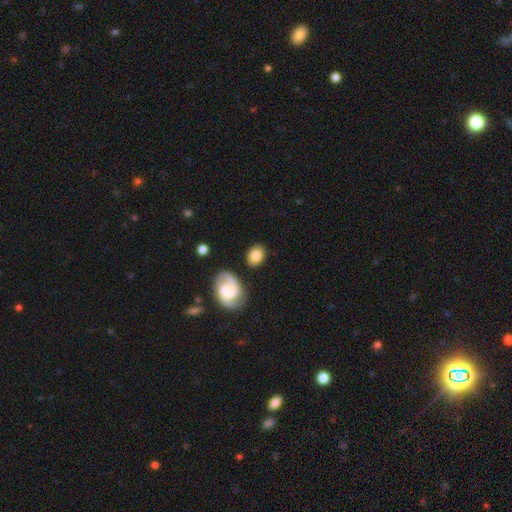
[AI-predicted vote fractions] smooth 75%, featured or disk 18%, star or artifact 7%. Down the decision tree: how rounded — in between (58%); merging — none (80%).